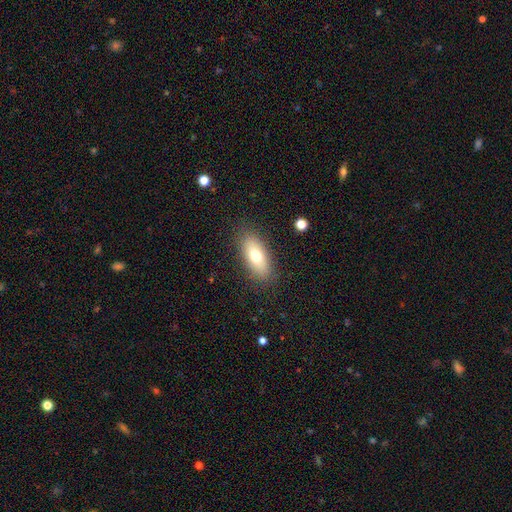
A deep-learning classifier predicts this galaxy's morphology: The model was most divided on "smooth or featured": smooth: 70%, featured or disk: 21%, star or artifact: 8%. More confident: merging — none (85%); how rounded — in between (81%).